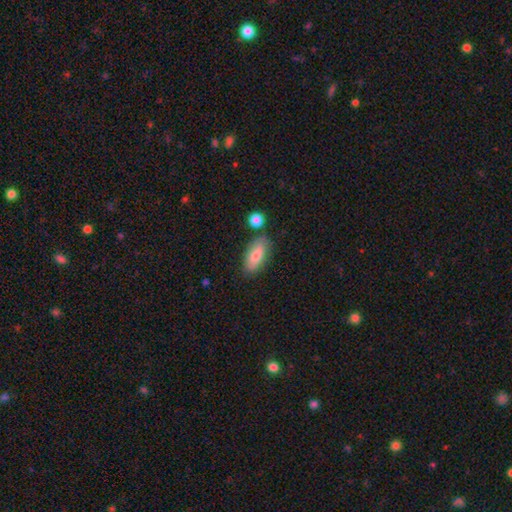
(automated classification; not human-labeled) Smooth or featured?
  - smooth: 75% *
  - featured or disk: 18%
  - star or artifact: 7%
How rounded?
  - in between: 86% *
  - cigar-shaped: 11%
  - round: 3%
Merging?
  - none: 74% *
  - minor disturbance: 16%
  - merger: 7%
  - major disturbance: 4%